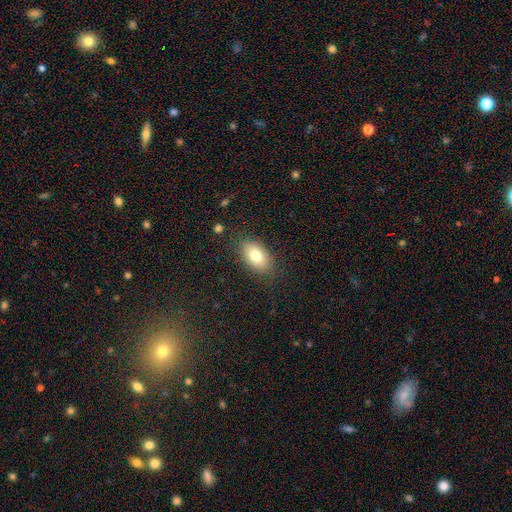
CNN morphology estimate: type=smooth (78%); roundness=in between (89%); merging=none (84%).